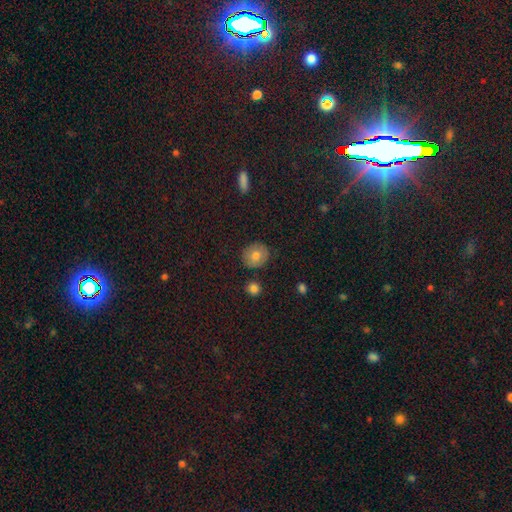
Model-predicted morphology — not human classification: Smooth or featured?
  - smooth: 77% *
  - featured or disk: 13%
  - star or artifact: 10%
How rounded?
  - round: 83% *
  - in between: 16%
  - cigar-shaped: 1%
Merging?
  - none: 86% *
  - minor disturbance: 9%
  - merger: 2%
  - major disturbance: 2%